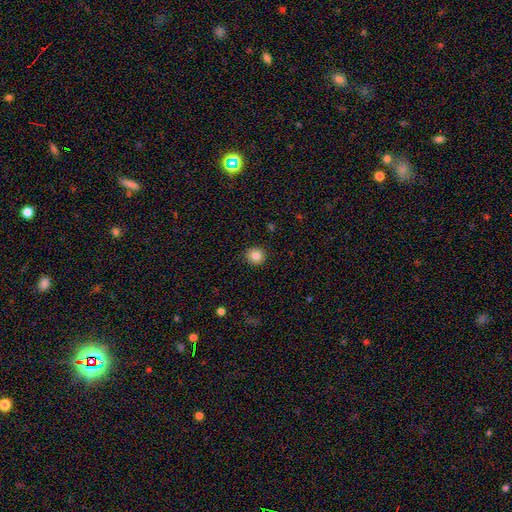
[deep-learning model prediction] This is clearly a smooth galaxy (85%). How rounded: clearly round (91%). Merging: clearly none (90%).